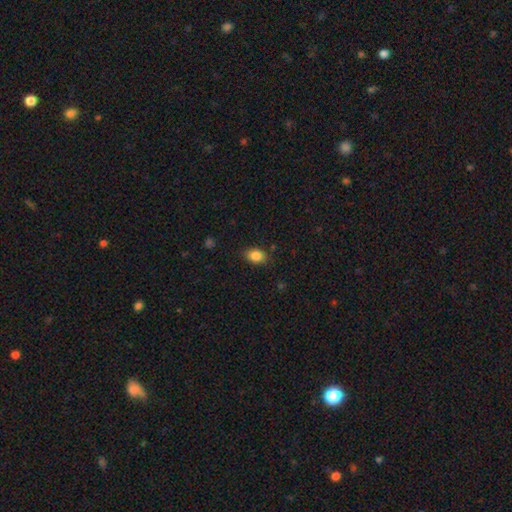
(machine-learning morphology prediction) This is clearly a smooth galaxy (86%). How rounded: likely in between (77%). Merging: clearly none (82%).